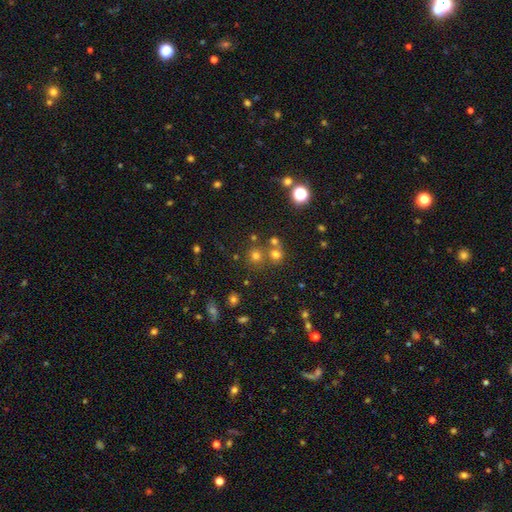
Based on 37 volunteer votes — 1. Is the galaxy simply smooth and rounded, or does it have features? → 81% smooth, 11% star or artifact, 8% featured or disk.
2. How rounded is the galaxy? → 93% round, 7% in between, 0% cigar-shaped.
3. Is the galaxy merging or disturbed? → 79% none, 12% merger, 9% minor disturbance, 0% major disturbance.